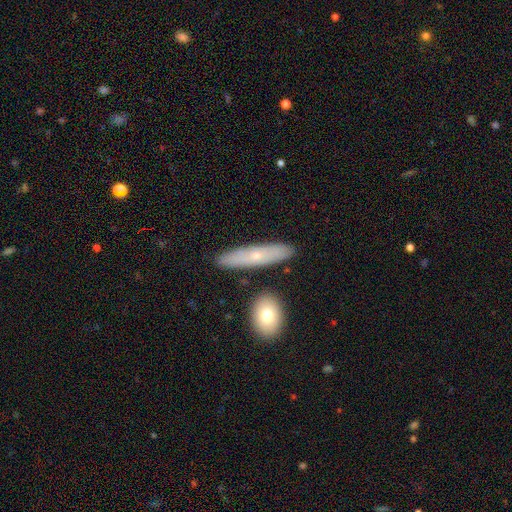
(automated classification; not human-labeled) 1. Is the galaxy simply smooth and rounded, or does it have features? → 53% smooth, 39% featured or disk, 8% star or artifact.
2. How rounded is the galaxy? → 78% cigar-shaped, 20% in between, 2% round.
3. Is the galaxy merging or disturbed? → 83% none, 10% minor disturbance, 4% merger, 2% major disturbance.